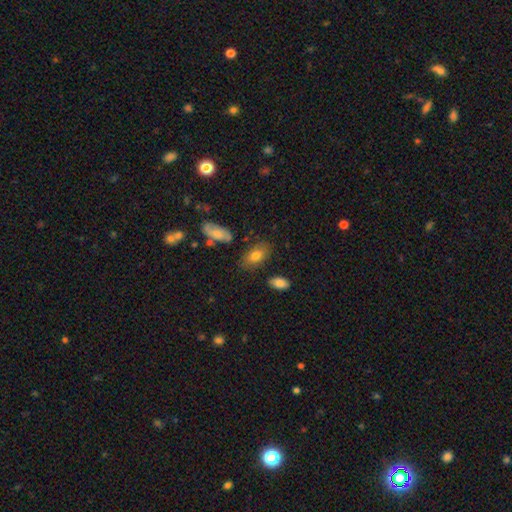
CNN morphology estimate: This is likely a smooth galaxy (76%). How rounded: clearly in between (90%). Merging: likely none (76%).